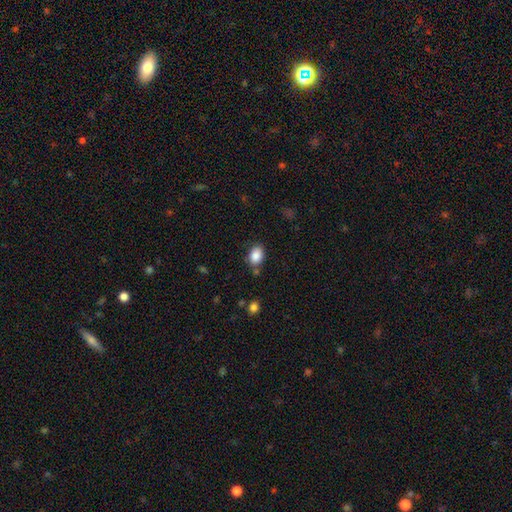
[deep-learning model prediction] Overall: smooth (87%). How rounded: in between (78%). Merging: none (73%).